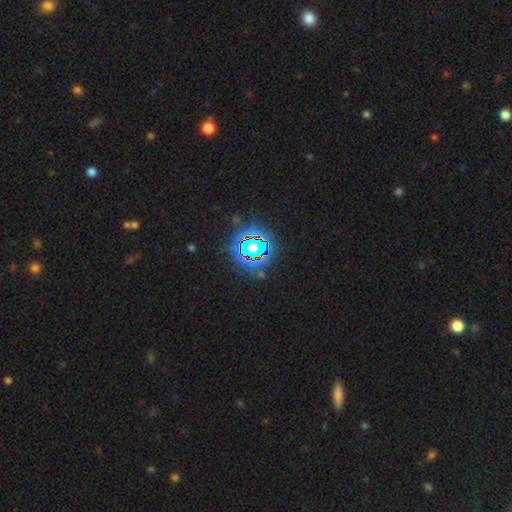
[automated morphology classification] Smooth or featured: star or artifact — 81% (smooth — 12%)